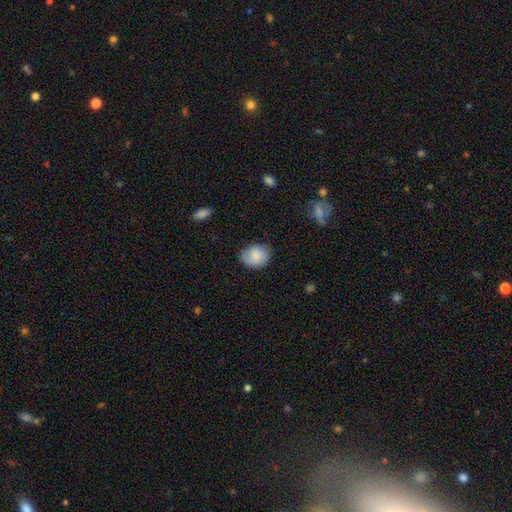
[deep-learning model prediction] A smooth galaxy with no disk features (82%) that is round (55%). Merging: none (79%).